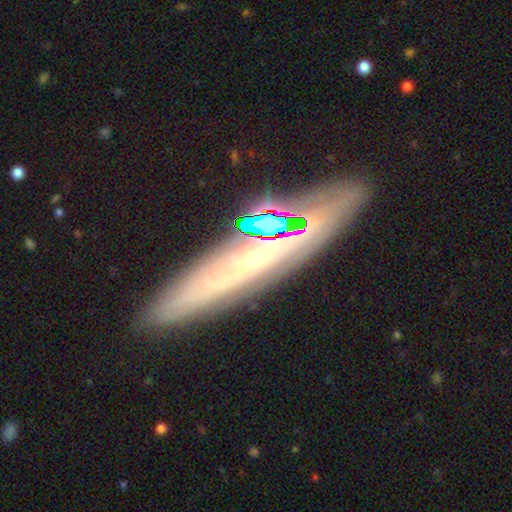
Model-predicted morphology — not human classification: The model was most divided on "edge-on disk": yes: 70%, no: 30%. More confident: merging — none (83%); smooth or featured — featured or disk (64%).